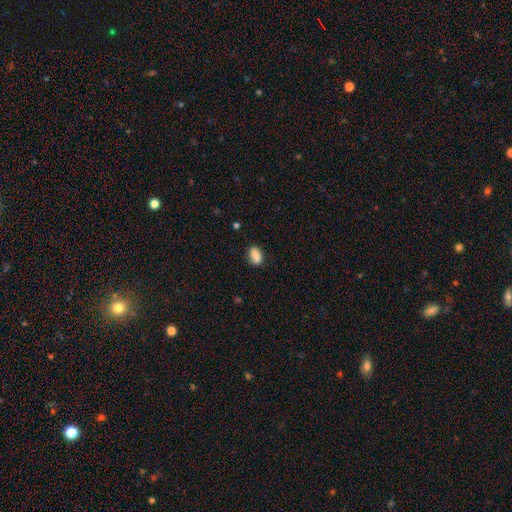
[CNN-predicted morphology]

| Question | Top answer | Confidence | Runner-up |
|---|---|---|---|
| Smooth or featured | smooth | 86% | star or artifact (8%) |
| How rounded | in between | 87% | round (9%) |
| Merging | none | 79% | minor disturbance (15%) |